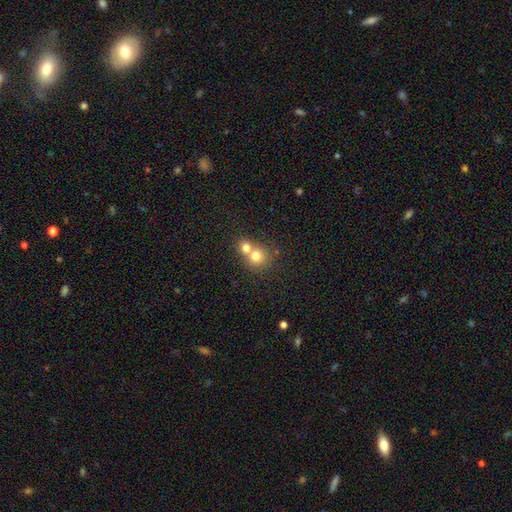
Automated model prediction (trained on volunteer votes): Smooth or featured? smooth (75%)
How rounded? round (84%)
Merging? merger (62%)